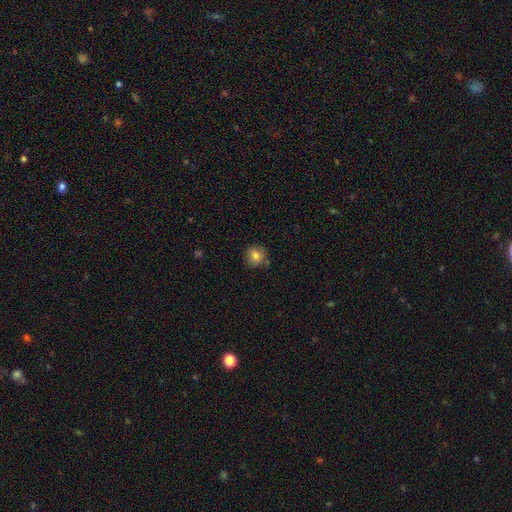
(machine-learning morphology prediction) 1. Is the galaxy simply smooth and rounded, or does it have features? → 81% smooth, 10% star or artifact, 9% featured or disk.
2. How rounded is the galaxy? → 87% round, 12% in between, 1% cigar-shaped.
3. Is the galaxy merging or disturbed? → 78% none, 15% minor disturbance, 4% merger, 3% major disturbance.